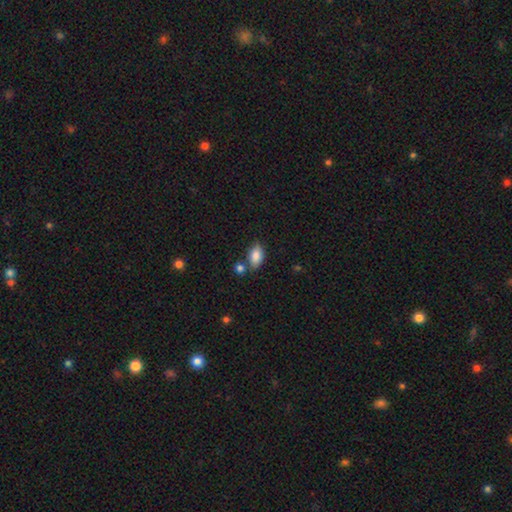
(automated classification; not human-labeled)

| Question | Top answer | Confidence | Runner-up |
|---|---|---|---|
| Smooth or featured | smooth | 85% | star or artifact (7%) |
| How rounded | in between | 91% | round (6%) |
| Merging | none | 69% | minor disturbance (15%) |